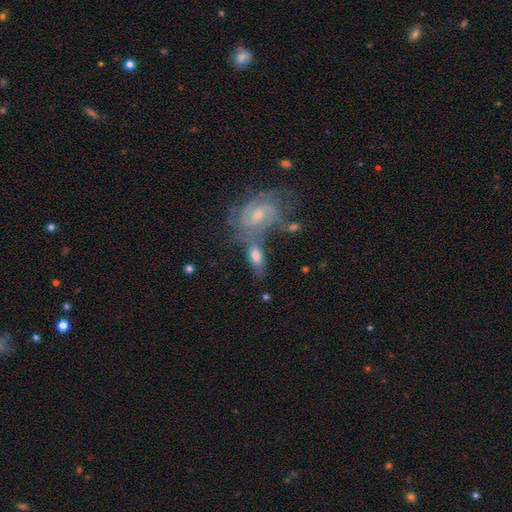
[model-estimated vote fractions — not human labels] Overall: smooth (48%; featured or disk 43%). Merging: none (39%; merger 37%).